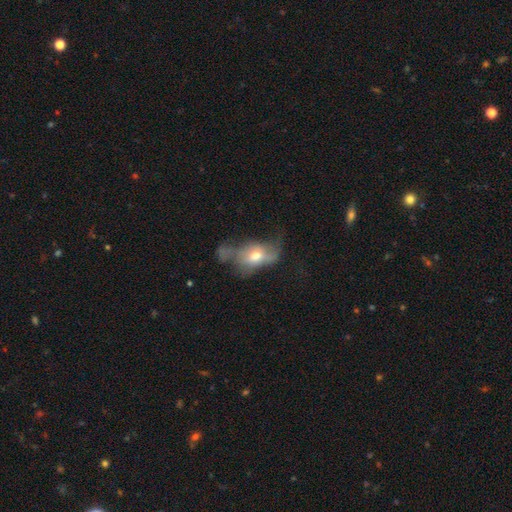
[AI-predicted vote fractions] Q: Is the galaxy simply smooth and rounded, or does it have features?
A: smooth — 49%.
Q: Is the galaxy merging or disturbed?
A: major disturbance — 41%.